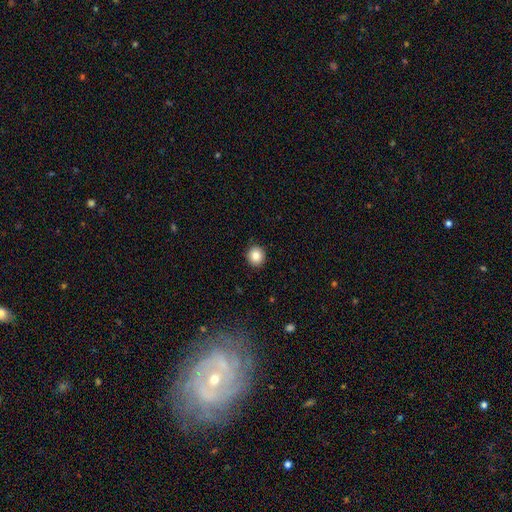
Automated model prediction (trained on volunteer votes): Smooth or featured? smooth (85%)
How rounded? round (88%)
Merging? none (91%)